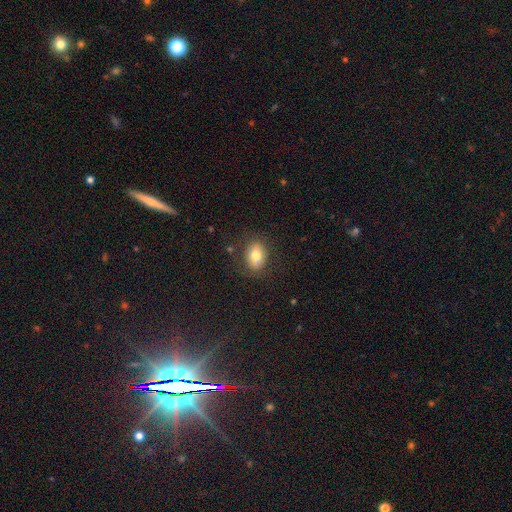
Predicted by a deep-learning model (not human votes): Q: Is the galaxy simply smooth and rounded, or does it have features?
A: smooth — 76%.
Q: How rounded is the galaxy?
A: in between — 70%.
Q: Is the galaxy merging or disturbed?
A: none — 82%.